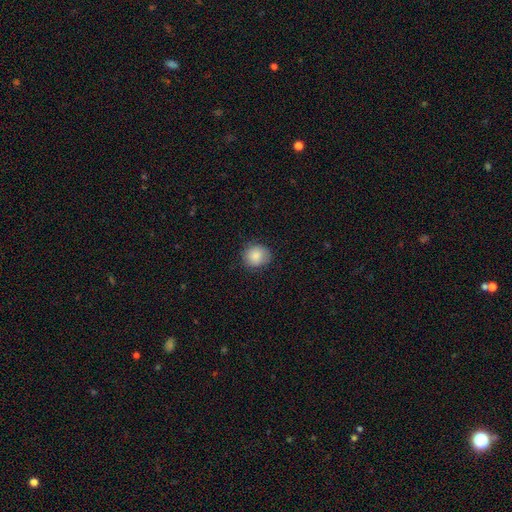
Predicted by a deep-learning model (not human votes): This is clearly a smooth galaxy (85%). How rounded: clearly round (85%). Merging: clearly none (82%).